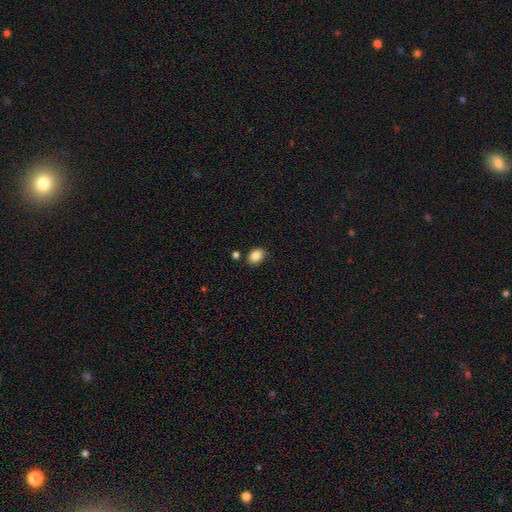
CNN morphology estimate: The model was most divided on "how rounded": in between: 76%, round: 23%, cigar-shaped: 1%. More confident: smooth or featured — smooth (88%); merging — none (82%).